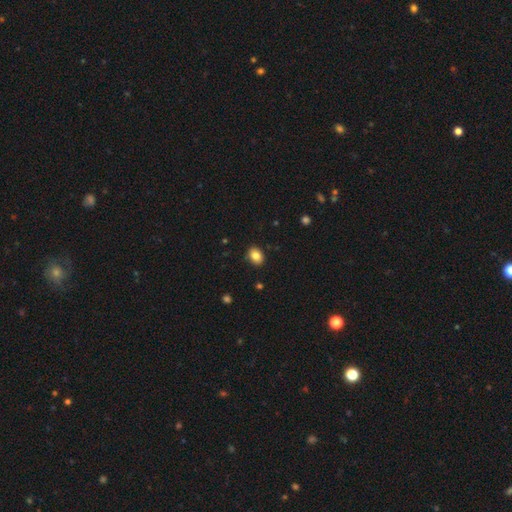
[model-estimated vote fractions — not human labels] smooth_or_featured: smooth (p=0.83) [alt: star or artifact p=0.09]
how_rounded: in between (p=0.63) [alt: round p=0.36]
merging: none (p=0.88) [alt: minor disturbance p=0.09]